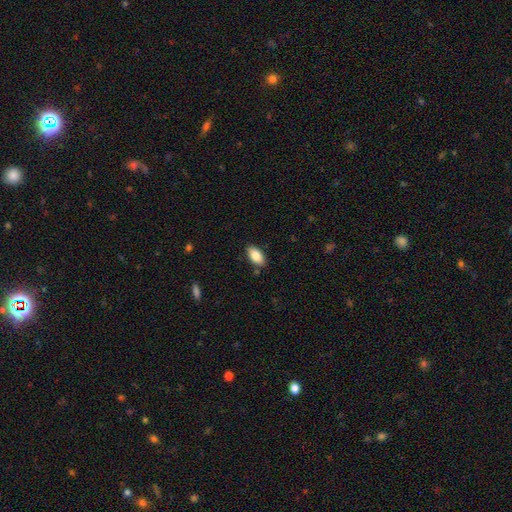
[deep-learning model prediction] This appears to be a smooth galaxy with no disk features (85%) that is in between round and cigar-shaped (93%). Merging: none (86%).